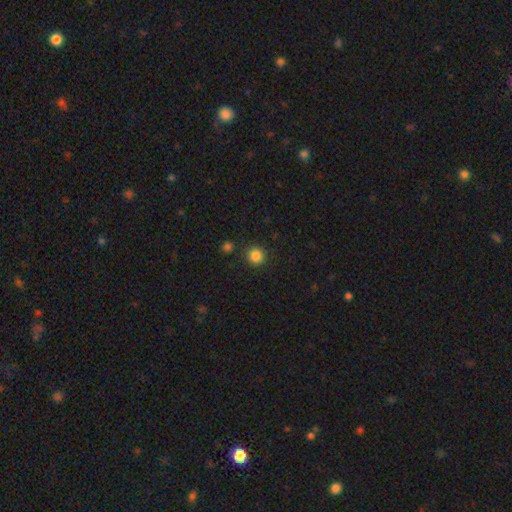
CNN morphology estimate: Smooth or featured? Predicted: smooth (p=0.85). How rounded? Predicted: round (p=0.92). Merging? Predicted: none (p=0.88).